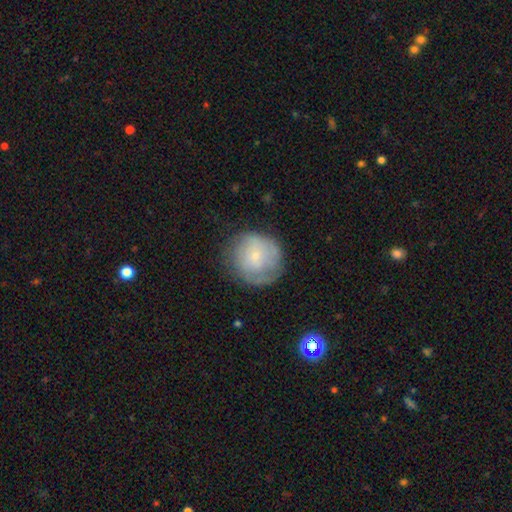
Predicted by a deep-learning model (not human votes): Smooth or featured?
  - smooth: 51% *
  - featured or disk: 41%
  - star or artifact: 8%
How rounded?
  - round: 90% *
  - in between: 9%
  - cigar-shaped: 1%
Merging?
  - none: 65% *
  - minor disturbance: 22%
  - major disturbance: 11%
  - merger: 2%